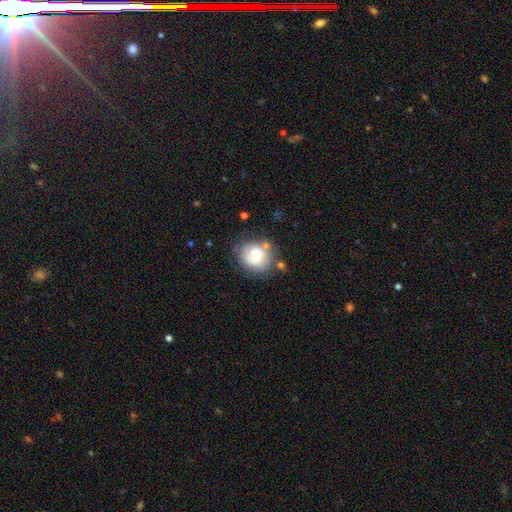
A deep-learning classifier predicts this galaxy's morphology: smooth_or_featured: smooth (p=0.58) [alt: featured or disk p=0.34]
how_rounded: round (p=0.77) [alt: in between p=0.22]
merging: none (p=0.65) [alt: minor disturbance p=0.19]